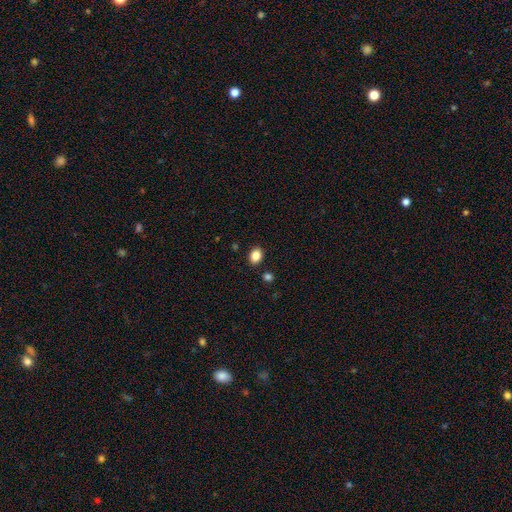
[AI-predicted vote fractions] This is clearly a smooth galaxy (86%). How rounded: likely in between (62%). Merging: clearly none (87%).